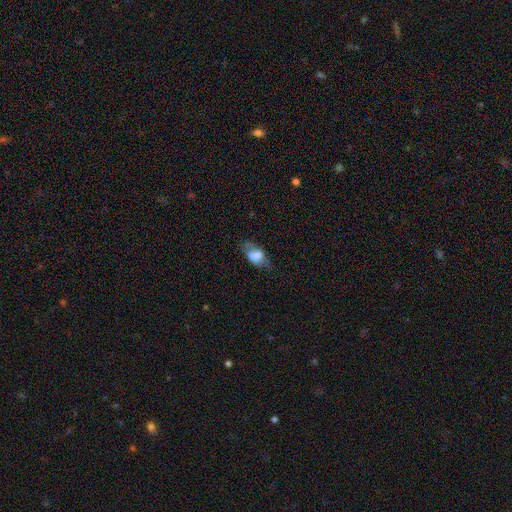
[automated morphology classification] A smooth galaxy with no disk features (60%) that is in between round and cigar-shaped (85%).

Vote fractions:
- Smooth or featured? smooth: 60% / featured or disk: 32% / star or artifact: 8%
- How rounded? in between: 85% / cigar-shaped: 9% / round: 6%
- Merging? none: 65% / minor disturbance: 22% / major disturbance: 11% / merger: 2%